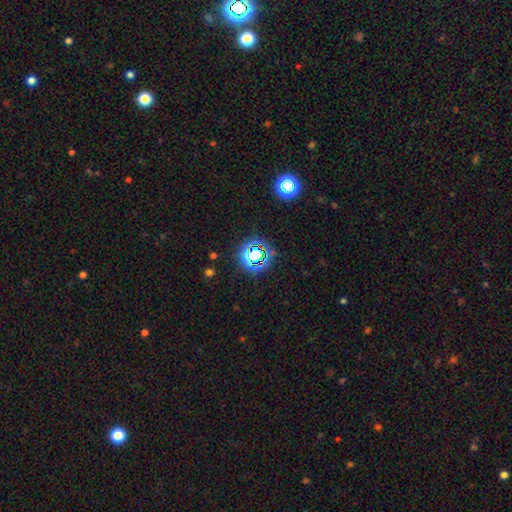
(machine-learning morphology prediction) Smooth or featured? Predicted: star or artifact (p=0.68).